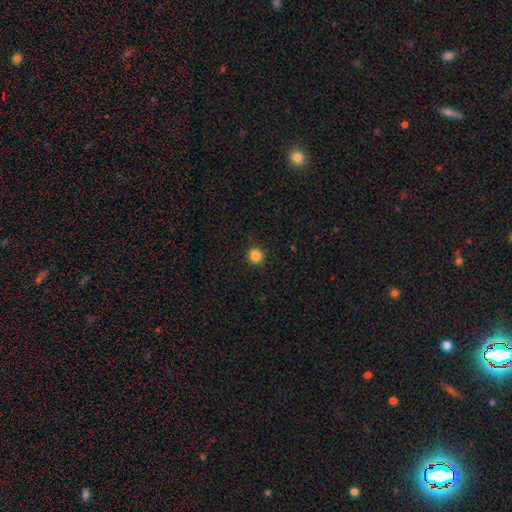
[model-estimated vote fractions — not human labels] Smooth or featured? smooth (85%)
How rounded? round (84%)
Merging? none (88%)